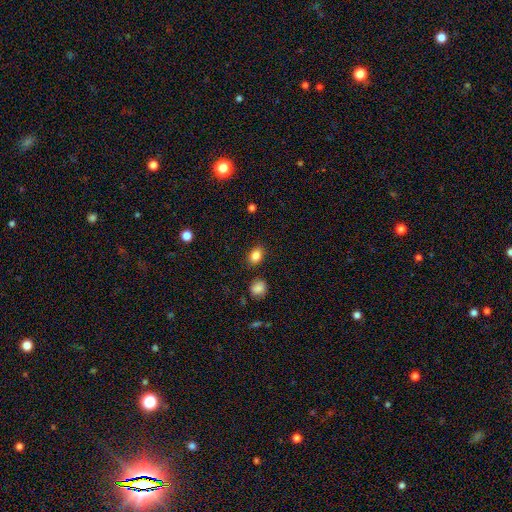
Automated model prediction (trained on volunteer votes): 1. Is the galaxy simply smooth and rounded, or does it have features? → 85% smooth, 10% star or artifact, 5% featured or disk.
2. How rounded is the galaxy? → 66% in between, 32% round, 1% cigar-shaped.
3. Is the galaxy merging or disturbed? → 84% none, 10% minor disturbance, 3% merger, 3% major disturbance.